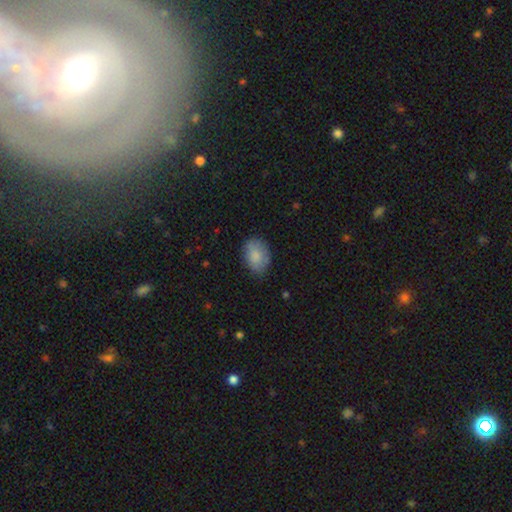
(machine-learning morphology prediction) The model was most divided on "how rounded": in between: 77%, round: 22%, cigar-shaped: 1%. More confident: smooth or featured — smooth (83%); merging — none (76%).